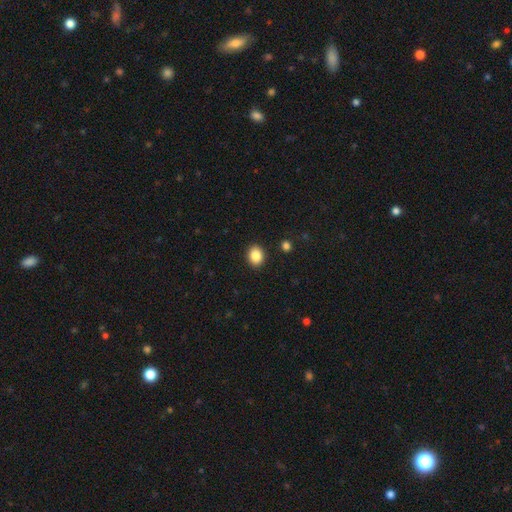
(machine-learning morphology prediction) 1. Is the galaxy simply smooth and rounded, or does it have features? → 86% smooth, 9% star or artifact, 4% featured or disk.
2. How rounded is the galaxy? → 55% round, 44% in between, 1% cigar-shaped.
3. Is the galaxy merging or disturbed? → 91% none, 6% minor disturbance, 2% major disturbance, 1% merger.